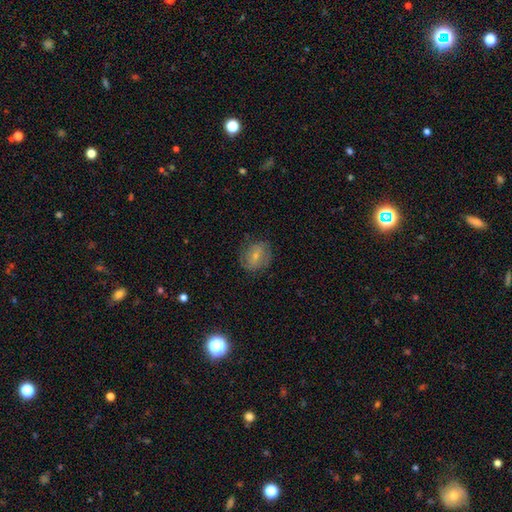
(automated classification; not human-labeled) A smooth galaxy with no disk features (53%) that is round (62%). Merging: none (73%).